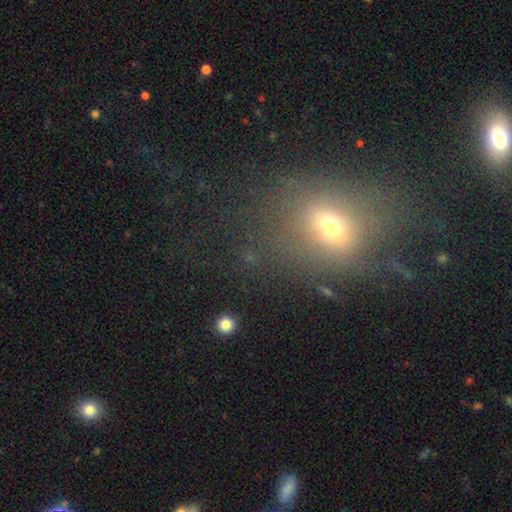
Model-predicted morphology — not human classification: type=smooth (51%); roundness=in between (55%); merging=none (57%).